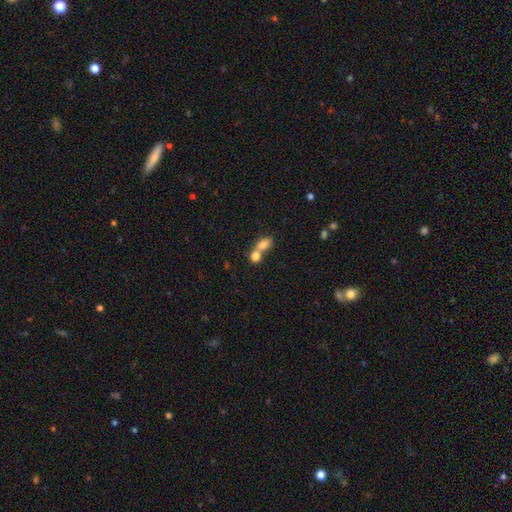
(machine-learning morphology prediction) The model was most divided on "how rounded": in between: 50%, round: 47%, cigar-shaped: 2%. More confident: smooth or featured — smooth (78%); merging — merger (71%).